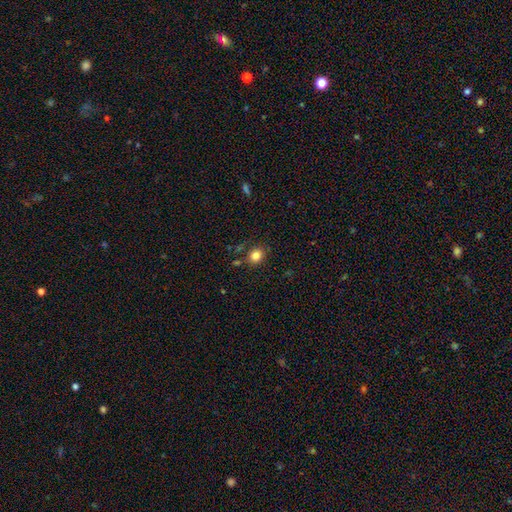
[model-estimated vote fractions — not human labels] A smooth galaxy with no disk features (82%) that is round (63%). Merging: none (79%).